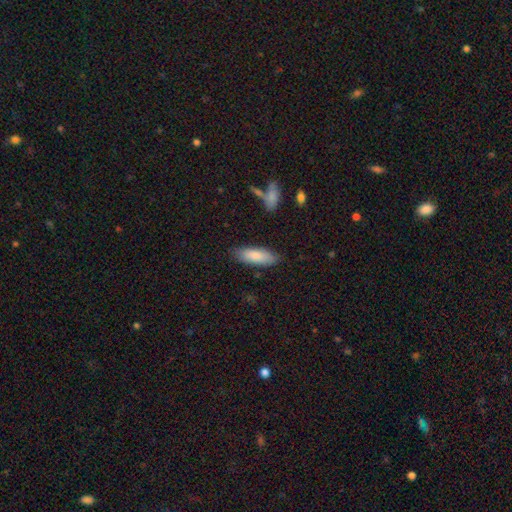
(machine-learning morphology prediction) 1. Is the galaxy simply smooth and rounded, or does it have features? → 83% smooth, 11% featured or disk, 6% star or artifact.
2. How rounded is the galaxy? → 60% in between, 38% cigar-shaped, 2% round.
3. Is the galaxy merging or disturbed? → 83% none, 13% minor disturbance, 3% major disturbance, 2% merger.